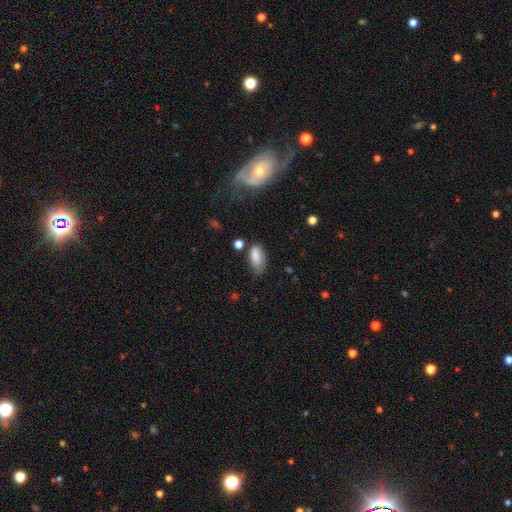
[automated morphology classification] smooth_or_featured: smooth (p=0.82) [alt: featured or disk p=0.10]
how_rounded: in between (p=0.92) [alt: cigar-shaped p=0.04]
merging: none (p=0.52) [alt: minor disturbance p=0.34]